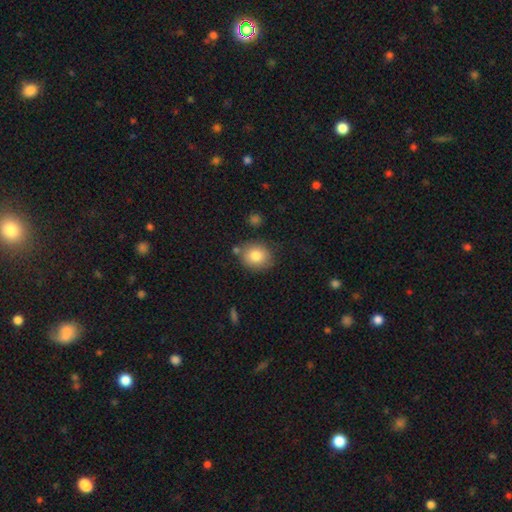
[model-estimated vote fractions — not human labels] smooth 81%, featured or disk 10%, star or artifact 9%. Down the decision tree: how rounded — round (70%); merging — none (76%).